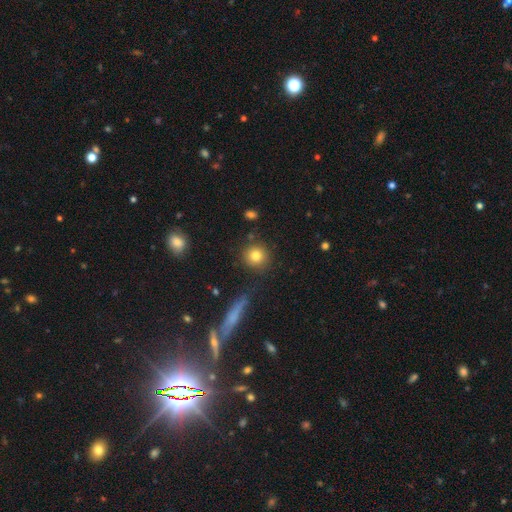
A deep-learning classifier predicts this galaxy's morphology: Smooth or featured?
  - smooth: 81% *
  - star or artifact: 10%
  - featured or disk: 8%
How rounded?
  - round: 91% *
  - in between: 8%
  - cigar-shaped: 2%
Merging?
  - none: 85% *
  - minor disturbance: 8%
  - merger: 4%
  - major disturbance: 3%